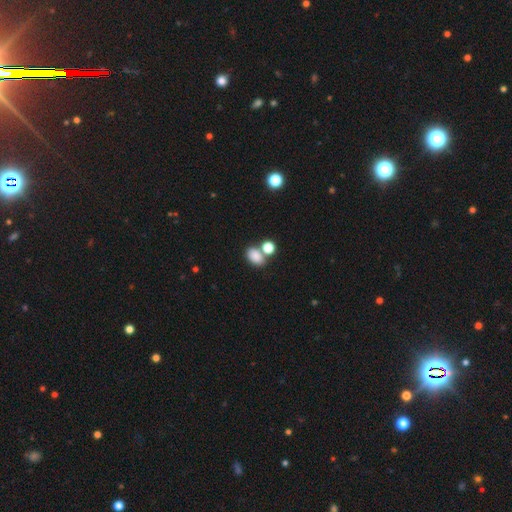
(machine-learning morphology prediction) A smooth galaxy with no disk features (83%) that is in between round and cigar-shaped (77%). Merging: none (53%).